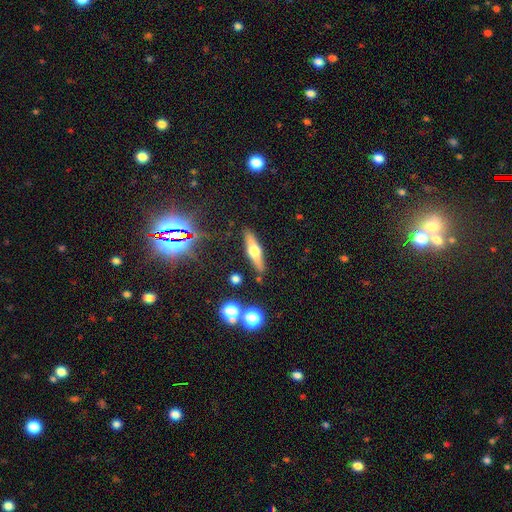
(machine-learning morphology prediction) smooth_or_featured: featured or disk (p=0.54) [alt: smooth p=0.37]
disk_edge_on: yes (p=0.93) [alt: no p=0.07]
merging: none (p=0.86) [alt: minor disturbance p=0.09]